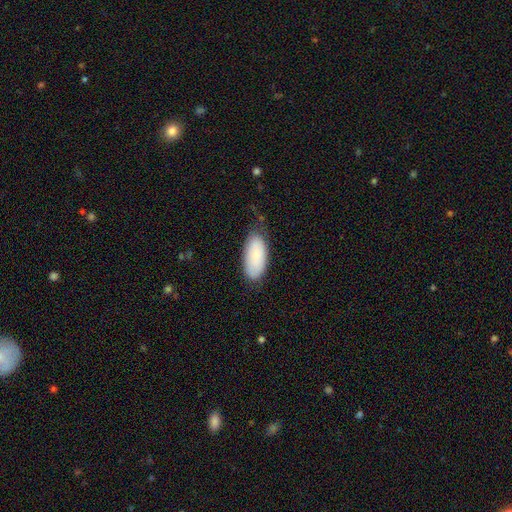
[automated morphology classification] Smooth or featured? Predicted: smooth (p=0.79). How rounded? Predicted: in between (p=0.91). Merging? Predicted: none (p=0.68).